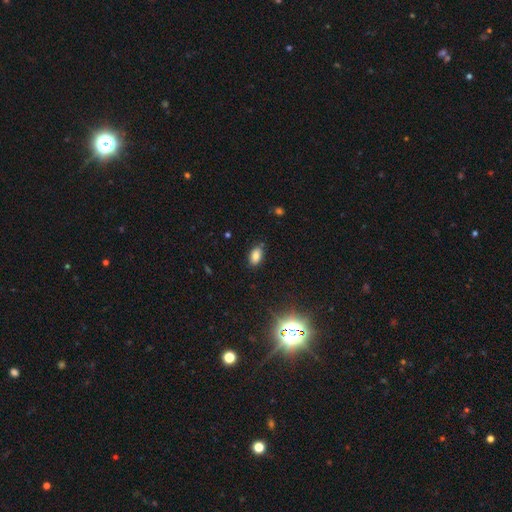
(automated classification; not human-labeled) This is likely a smooth galaxy (80%). How rounded: clearly in between (91%). Merging: clearly none (81%).